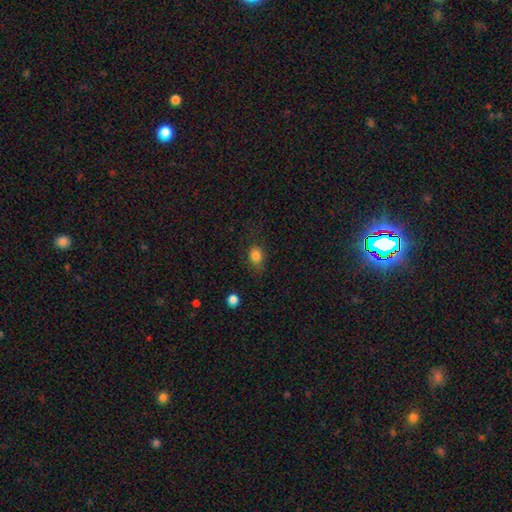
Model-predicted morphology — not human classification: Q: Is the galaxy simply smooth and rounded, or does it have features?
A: smooth — 83%.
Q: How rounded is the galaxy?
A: in between — 64%.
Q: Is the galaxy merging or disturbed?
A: none — 68%.